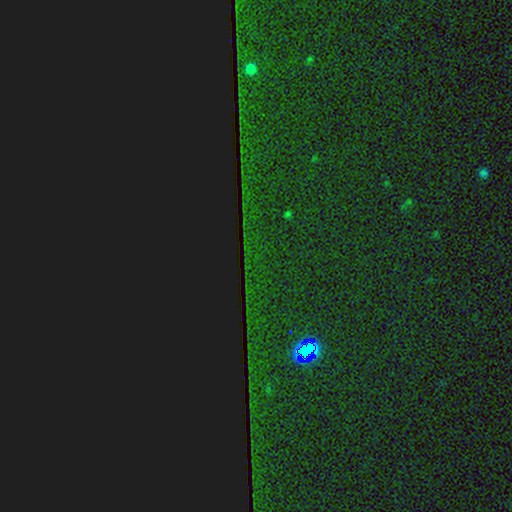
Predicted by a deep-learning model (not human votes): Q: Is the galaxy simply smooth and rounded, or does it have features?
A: star or artifact — 86%.